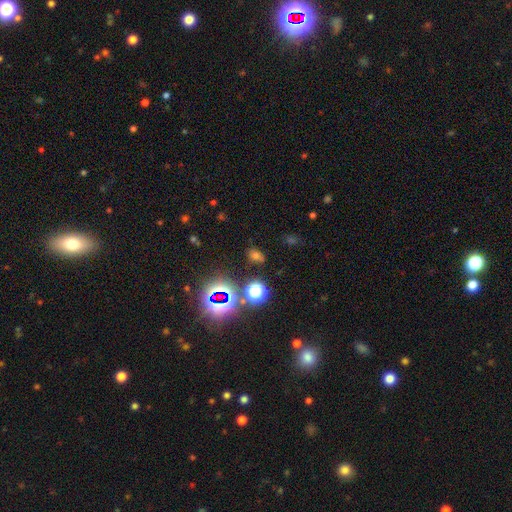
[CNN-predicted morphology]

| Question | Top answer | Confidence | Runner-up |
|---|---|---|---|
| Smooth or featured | smooth | 50% | star or artifact (39%) |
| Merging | none | 76% | minor disturbance (13%) |